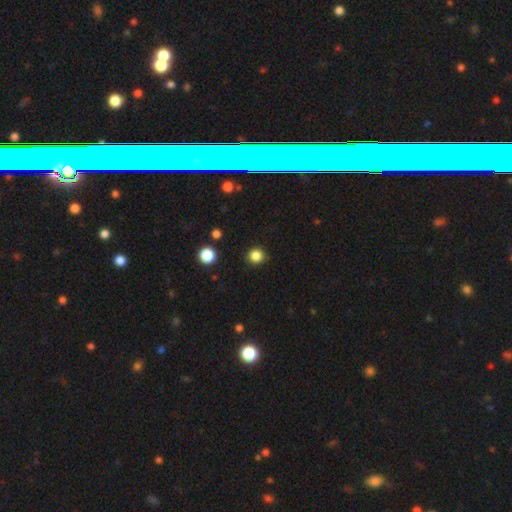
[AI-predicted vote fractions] smooth 84%, star or artifact 12%, featured or disk 3%. Down the decision tree: how rounded — round (92%); merging — none (91%).